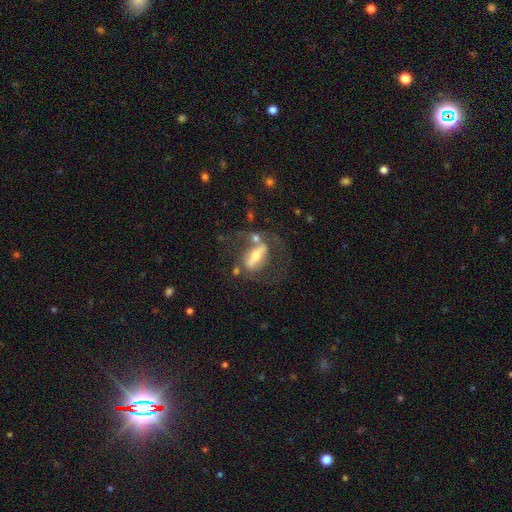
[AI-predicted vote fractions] featured or disk 67%, smooth 25%, star or artifact 7%. Down the decision tree: edge-on disk — no (80%); bar — strong (63%); spiral arms — yes (54%); bulge size — moderate (52%); merging — none (41%).